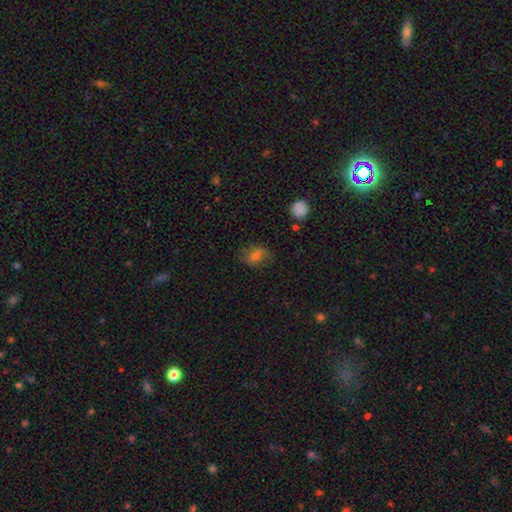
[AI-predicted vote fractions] smooth 68%, featured or disk 18%, star or artifact 14%. Down the decision tree: how rounded — in between (67%); merging — none (74%).